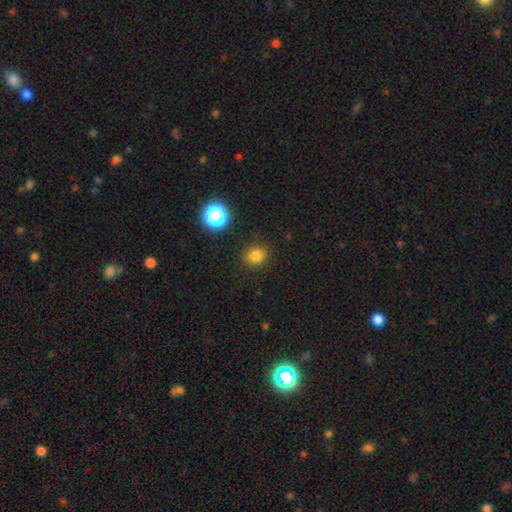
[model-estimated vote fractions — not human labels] This appears to be a smooth galaxy with no disk features (80%) that is round (78%). Merging: none (89%).